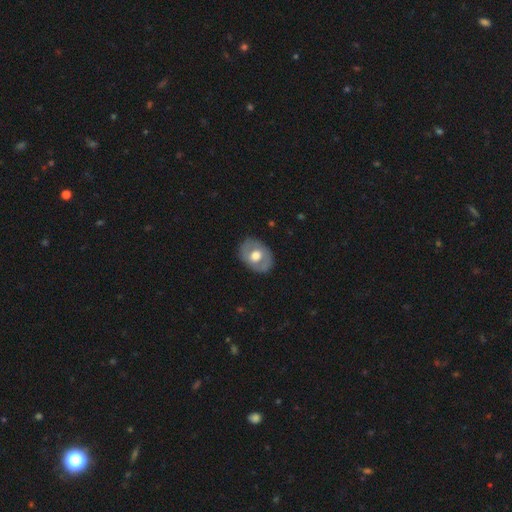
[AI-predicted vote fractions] smooth-or-featured: featured or disk: 47% (tied) | smooth: 47% (tied) | star or artifact: 6%
  merging: none: 81% | minor disturbance: 13% | major disturbance: 4% | merger: 1%